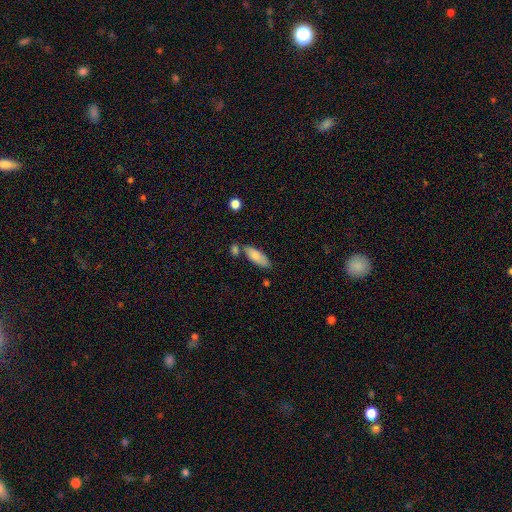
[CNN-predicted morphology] The model was most divided on "how rounded": in between: 69%, cigar-shaped: 29%, round: 2%. More confident: smooth or featured — smooth (77%); merging — none (63%).